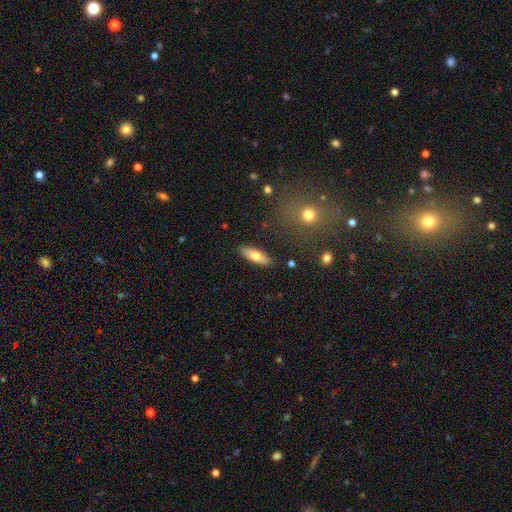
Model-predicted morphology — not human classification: Smooth or featured? smooth (66%)
How rounded? in between (56%)
Merging? none (87%)